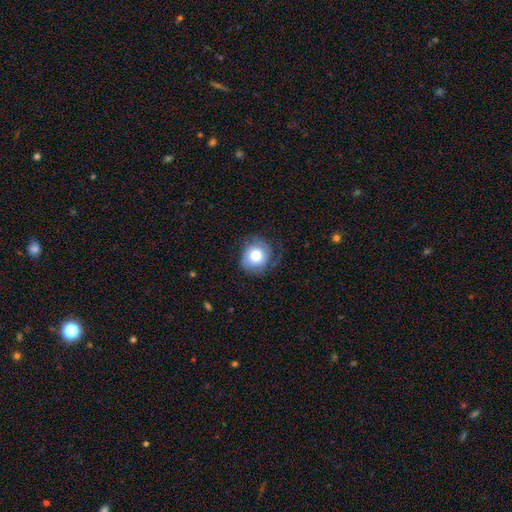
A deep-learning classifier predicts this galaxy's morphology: smooth-or-featured: smooth: 70% | featured or disk: 23% | star or artifact: 8%
  how-rounded: round: 86% | in between: 13% | cigar-shaped: 1%
  merging: none: 62% | minor disturbance: 26% | major disturbance: 11% | merger: 1%